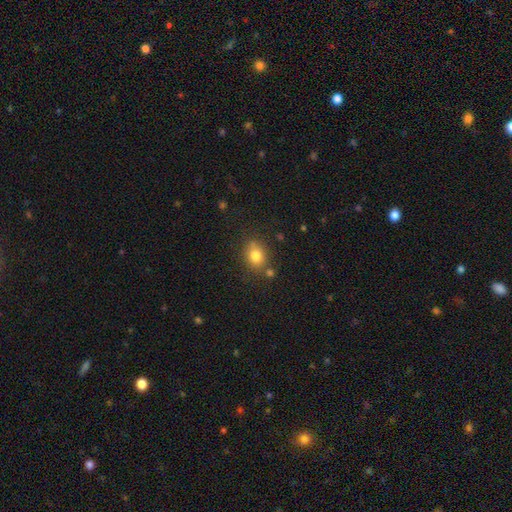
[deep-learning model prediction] Smooth or featured? smooth (80%)
How rounded? round (51%)
Merging? none (73%)